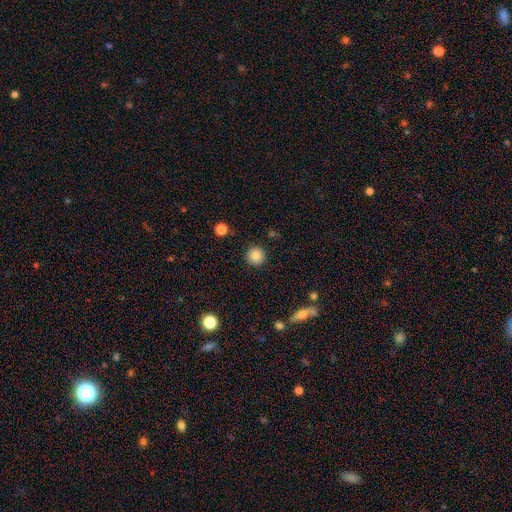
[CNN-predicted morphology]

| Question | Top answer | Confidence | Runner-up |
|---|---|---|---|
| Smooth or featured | smooth | 85% | star or artifact (10%) |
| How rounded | round | 95% | in between (4%) |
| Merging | none | 91% | minor disturbance (6%) |